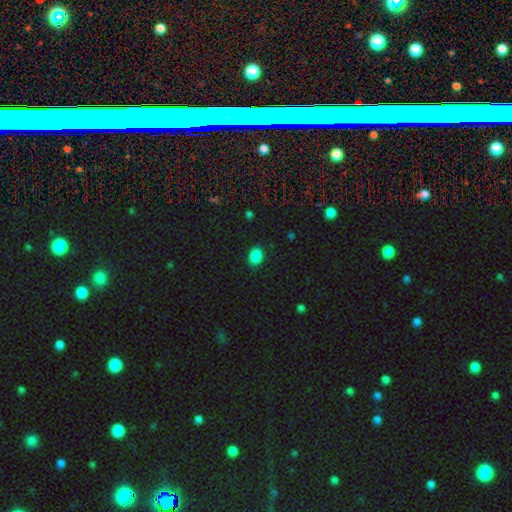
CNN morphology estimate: The model was most divided on "how rounded": in between: 68%, round: 31%, cigar-shaped: 1%. More confident: merging — none (88%); smooth or featured — smooth (86%).